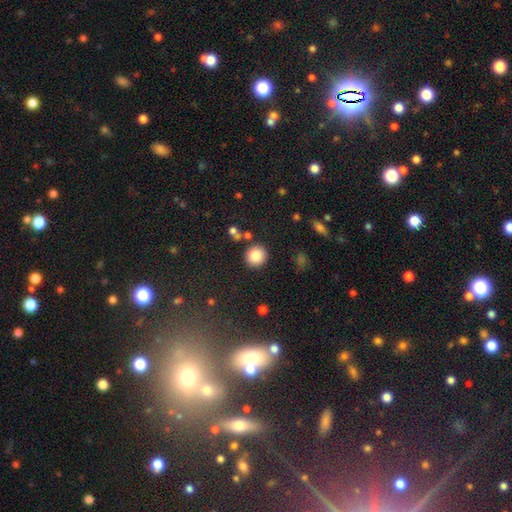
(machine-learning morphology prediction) This appears to be a smooth galaxy with no disk features (85%) that is round (91%). Merging: none (85%).